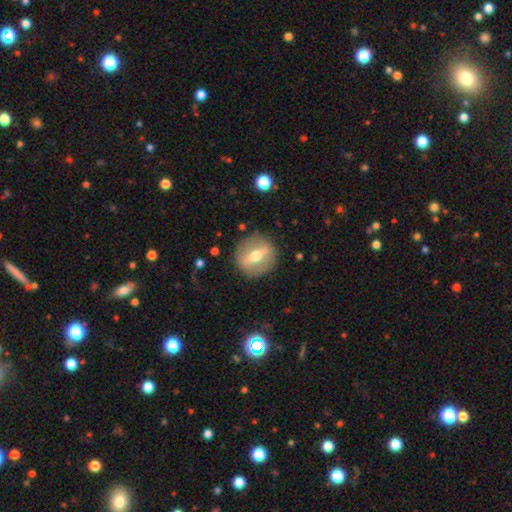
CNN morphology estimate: This is likely a featured or disk galaxy (60%). It is likely not viewed edge-on (66%). Merging: clearly none (87%).